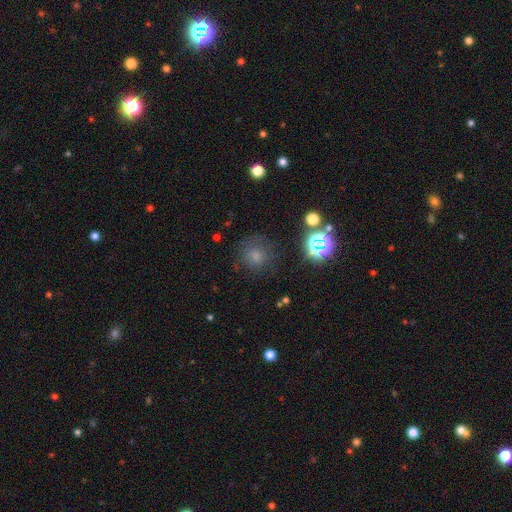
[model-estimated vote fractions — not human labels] This appears to be a smooth galaxy with no disk features (51%) that is round (90%). Merging: none (78%).